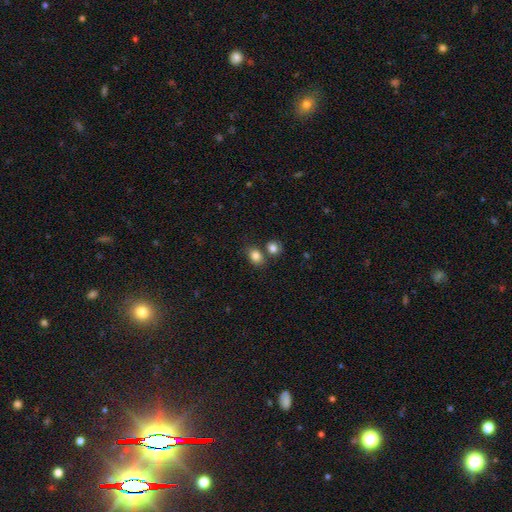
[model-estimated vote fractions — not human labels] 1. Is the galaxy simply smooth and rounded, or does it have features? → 83% smooth, 10% star or artifact, 6% featured or disk.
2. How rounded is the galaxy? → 62% in between, 37% round, 1% cigar-shaped.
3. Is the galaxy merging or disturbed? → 62% none, 23% merger, 12% minor disturbance, 3% major disturbance.